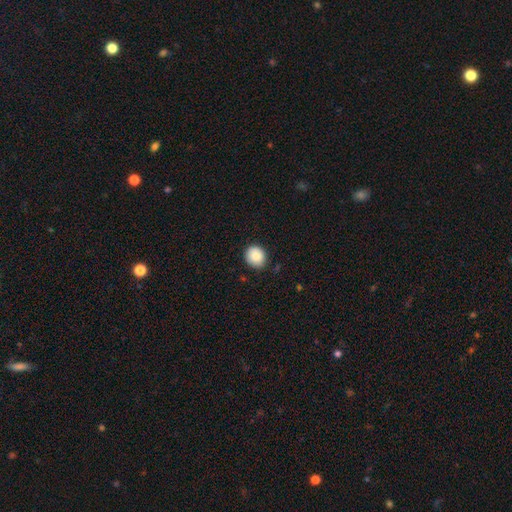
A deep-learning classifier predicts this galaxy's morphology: smooth_or_featured: smooth (p=0.85) [alt: star or artifact p=0.08]
how_rounded: round (p=0.78) [alt: in between p=0.21]
merging: none (p=0.86) [alt: minor disturbance p=0.11]